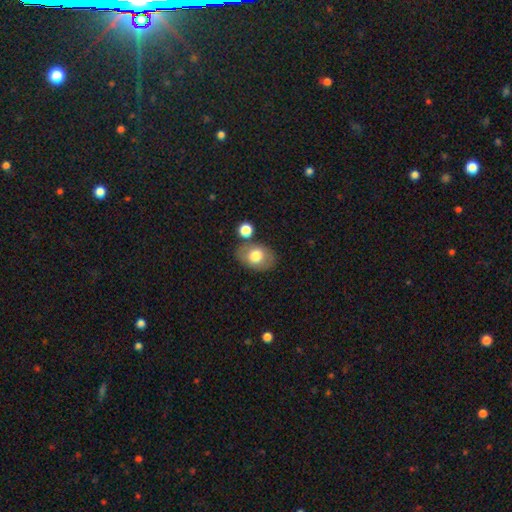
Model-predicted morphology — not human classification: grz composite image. It shows a smooth galaxy with no disk features (72%) that is in between round and cigar-shaped (76%). Merging: none (72%).